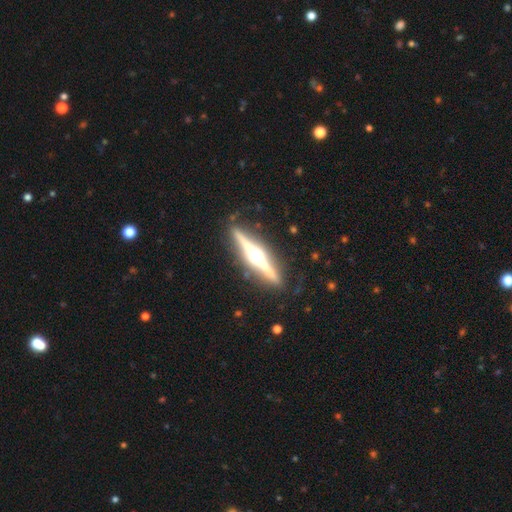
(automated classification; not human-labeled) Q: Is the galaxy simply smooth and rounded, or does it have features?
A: featured or disk — 85%.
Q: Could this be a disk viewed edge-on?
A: yes — 98%.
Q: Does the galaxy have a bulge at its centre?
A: rounded — 95%.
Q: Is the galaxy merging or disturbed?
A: none — 89%.